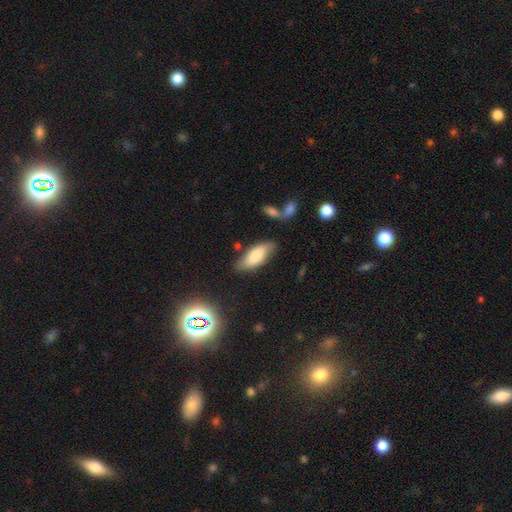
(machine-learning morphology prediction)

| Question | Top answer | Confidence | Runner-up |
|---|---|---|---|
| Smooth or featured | smooth | 75% | featured or disk (18%) |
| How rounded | in between | 77% | cigar-shaped (21%) |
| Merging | none | 72% | minor disturbance (19%) |